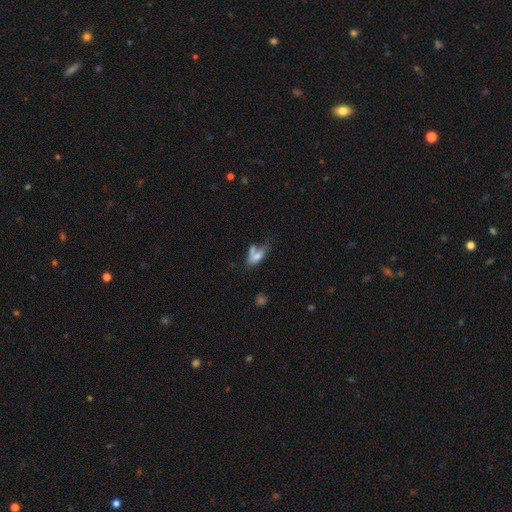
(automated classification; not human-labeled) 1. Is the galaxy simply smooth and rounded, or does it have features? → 68% smooth, 22% featured or disk, 10% star or artifact.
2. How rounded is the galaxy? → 77% in between, 18% cigar-shaped, 6% round.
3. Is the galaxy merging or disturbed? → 38% merger, 31% none, 17% minor disturbance, 14% major disturbance.